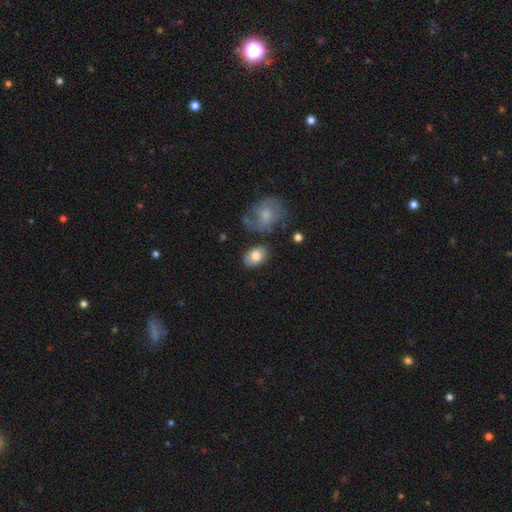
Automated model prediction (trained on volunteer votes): Smooth or featured?
  - smooth: 80% *
  - featured or disk: 14%
  - star or artifact: 7%
How rounded?
  - in between: 85% *
  - round: 14%
  - cigar-shaped: 1%
Merging?
  - none: 74% *
  - minor disturbance: 17%
  - merger: 5%
  - major disturbance: 4%